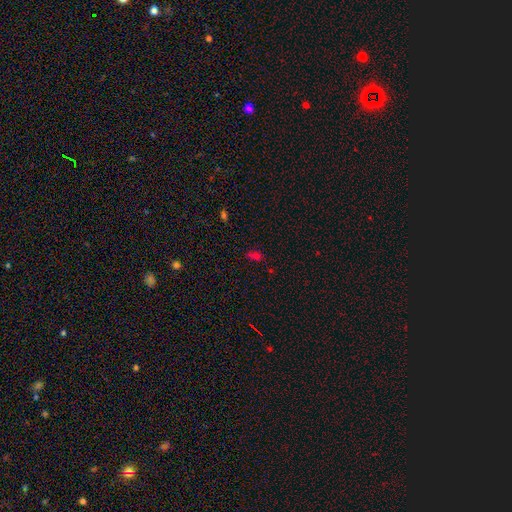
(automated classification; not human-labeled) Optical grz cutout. It shows a smooth galaxy with no disk features (56%) that is in between round and cigar-shaped (78%). Merging: none (69%).